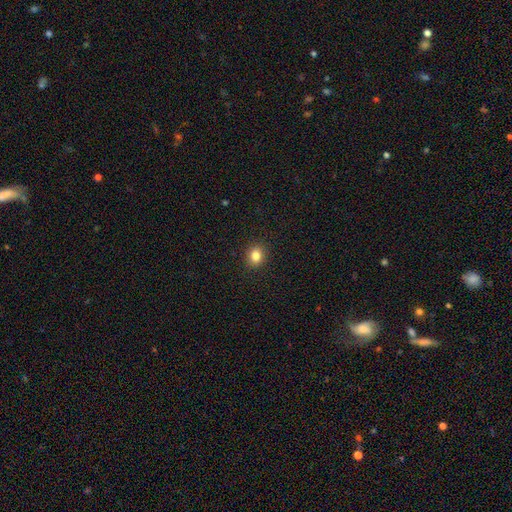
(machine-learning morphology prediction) smooth_or_featured: smooth (p=0.83) [alt: star or artifact p=0.11]
how_rounded: round (p=0.69) [alt: in between p=0.30]
merging: none (p=0.91) [alt: minor disturbance p=0.06]